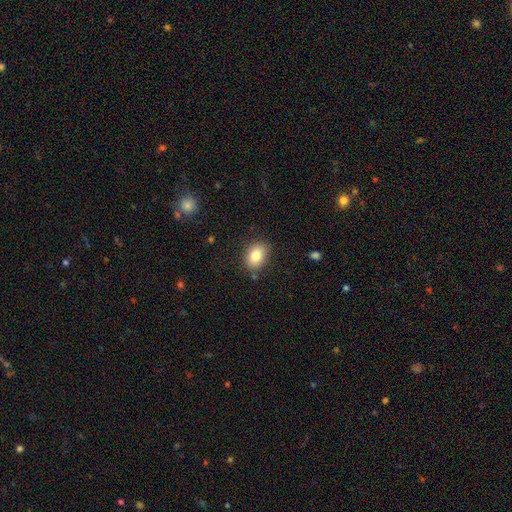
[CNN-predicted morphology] Overall: smooth (83%). How rounded: in between (70%). Merging: none (84%).